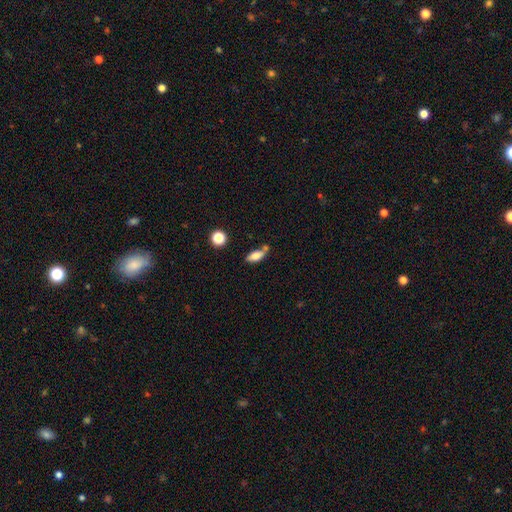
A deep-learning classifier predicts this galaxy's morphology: A smooth galaxy with no disk features (73%) that is in between round and cigar-shaped (77%). Merging: none (52%).